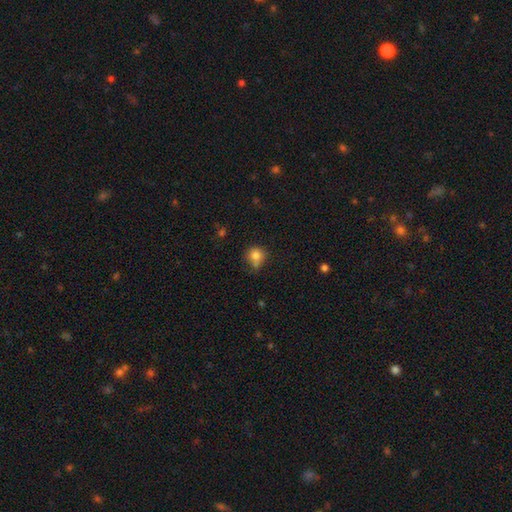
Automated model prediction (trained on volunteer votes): This appears to be a smooth galaxy with no disk features (80%) that is round (81%). Merging: none (54%).